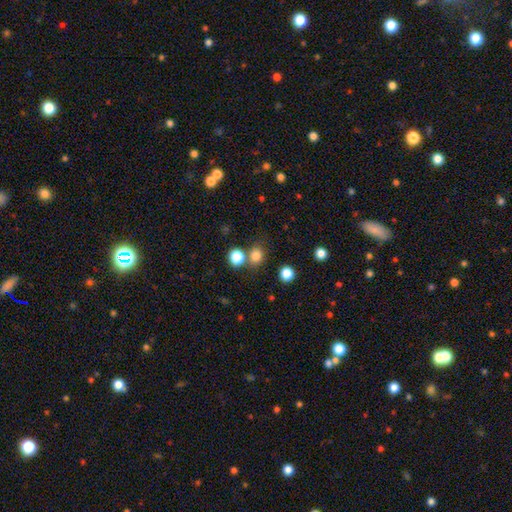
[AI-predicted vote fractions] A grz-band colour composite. It shows a smooth galaxy with no disk features (80%) that is round (73%). Merging: none (67%).